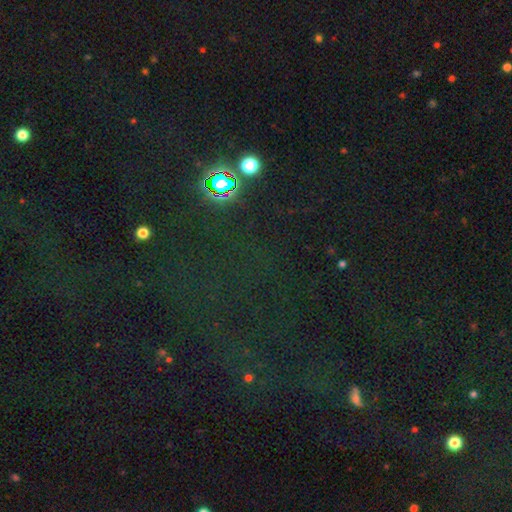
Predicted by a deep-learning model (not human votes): The model was most divided on "smooth or featured": star or artifact: 76%, smooth: 16%, featured or disk: 8%.